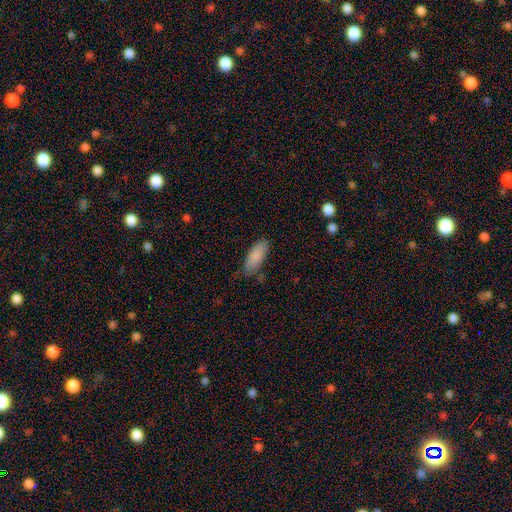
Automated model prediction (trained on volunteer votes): Smooth or featured: smooth — 86% (featured or disk — 7%)
How rounded: in between — 80% (cigar-shaped — 19%)
Merging: none — 72% (minor disturbance — 22%)